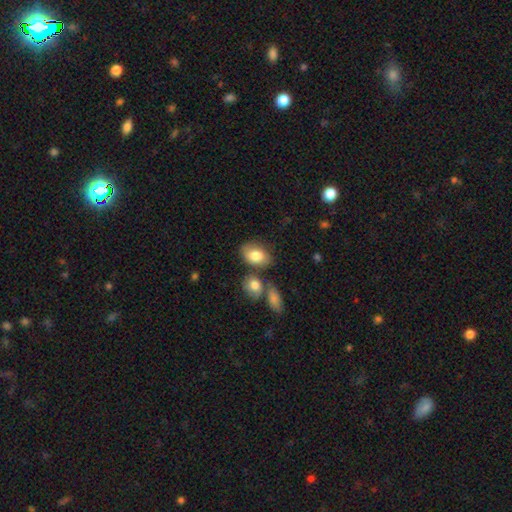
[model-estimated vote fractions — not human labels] The model was most divided on "merging": none: 65%, merger: 16%, minor disturbance: 15%, major disturbance: 4%. More confident: how rounded — in between (86%); smooth or featured — smooth (80%).